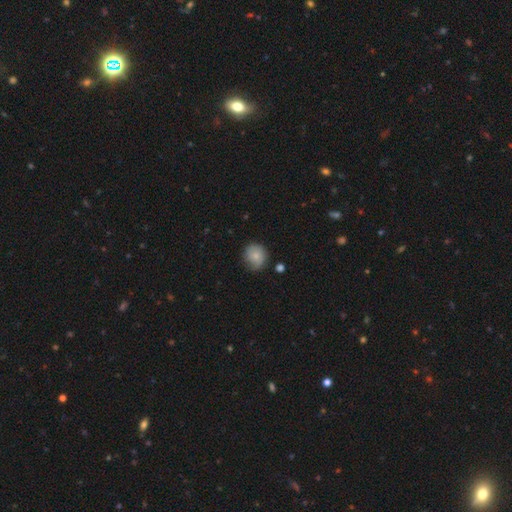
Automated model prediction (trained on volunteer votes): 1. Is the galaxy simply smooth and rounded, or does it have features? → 73% smooth, 18% featured or disk, 8% star or artifact.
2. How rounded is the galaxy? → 83% round, 16% in between, 1% cigar-shaped.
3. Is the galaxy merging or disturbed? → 65% none, 26% minor disturbance, 6% major disturbance, 2% merger.